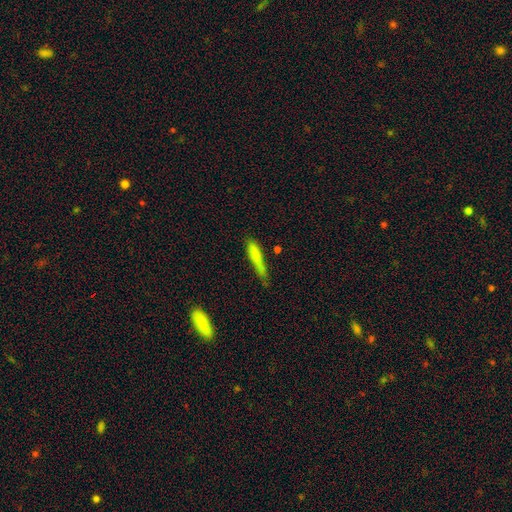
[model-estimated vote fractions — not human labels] A smooth galaxy with no disk features (77%) that is cigar-shaped (89%).

Vote fractions:
- Smooth or featured? smooth: 77% / featured or disk: 16% / star or artifact: 7%
- How rounded? cigar-shaped: 89% / in between: 9% / round: 2%
- Merging? none: 56% / minor disturbance: 30% / major disturbance: 9% / merger: 5%